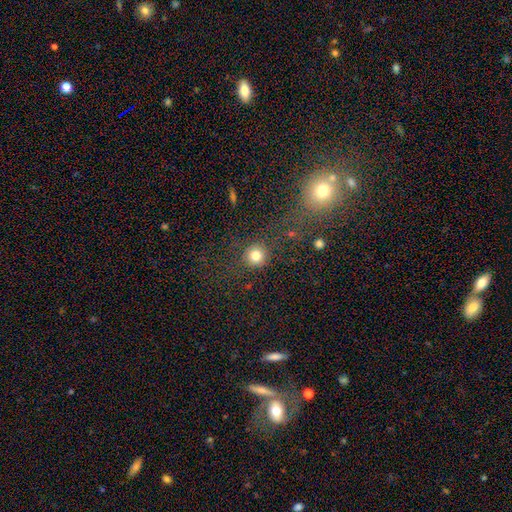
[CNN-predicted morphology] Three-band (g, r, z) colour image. It shows a smooth galaxy with no disk features (81%) that is round (91%). Merging: none (78%).